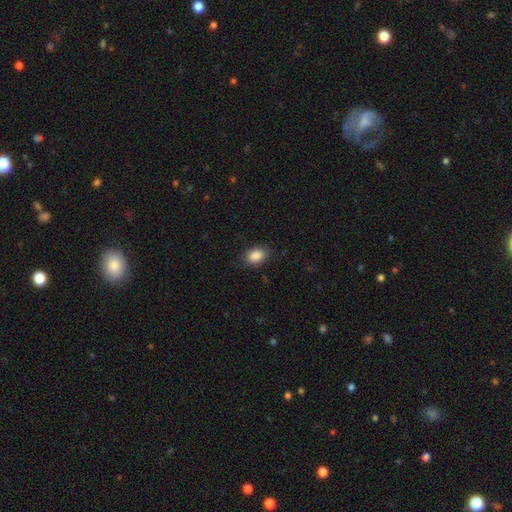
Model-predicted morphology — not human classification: type=smooth (88%); roundness=in between (73%); merging=none (81%).